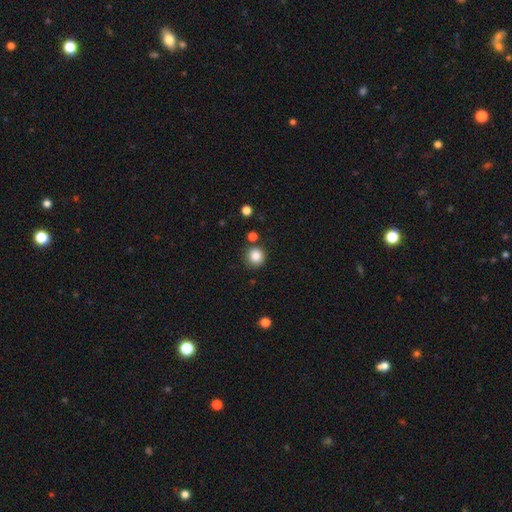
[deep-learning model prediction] Smooth or featured?
  - smooth: 85% *
  - star or artifact: 10%
  - featured or disk: 4%
How rounded?
  - round: 92% *
  - in between: 7%
  - cigar-shaped: 1%
Merging?
  - none: 80% *
  - minor disturbance: 11%
  - merger: 6%
  - major disturbance: 3%